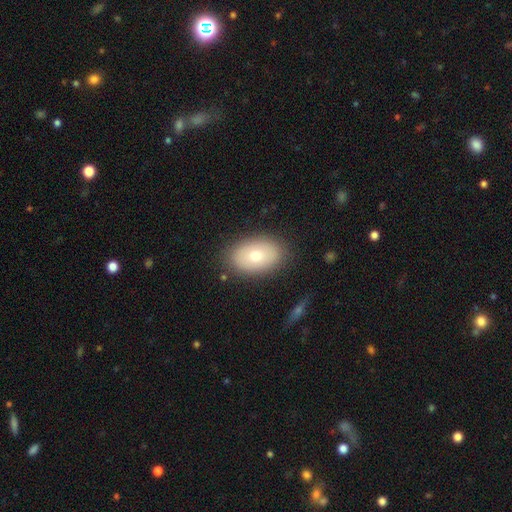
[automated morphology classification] A smooth galaxy with no disk features (71%) that is in between round and cigar-shaped (88%). Merging: none (84%).